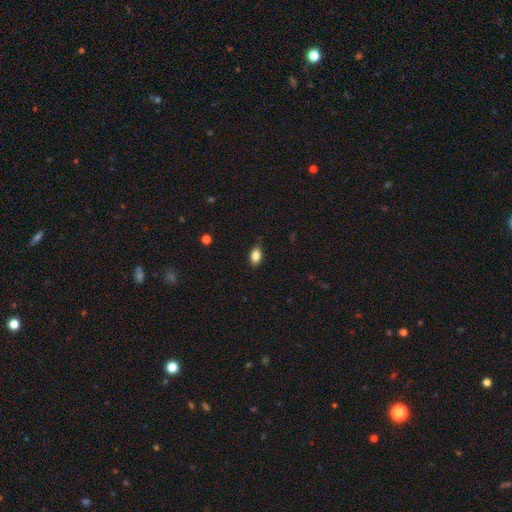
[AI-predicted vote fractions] This is clearly a smooth galaxy (86%). How rounded: clearly in between (85%). Merging: clearly none (82%).